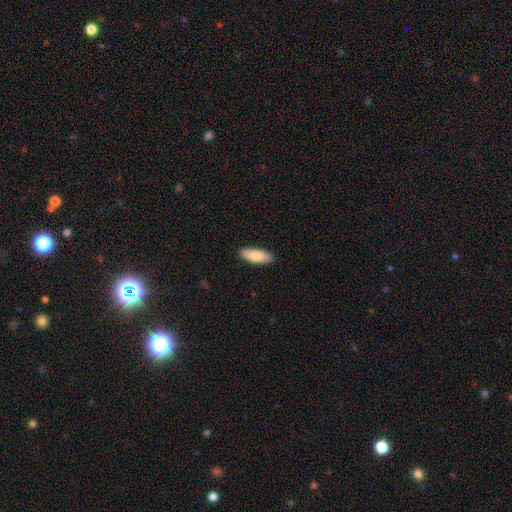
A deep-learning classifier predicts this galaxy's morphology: A smooth galaxy with no disk features (84%) that is in between round and cigar-shaped (65%).

Vote fractions:
- Smooth or featured? smooth: 84% / featured or disk: 10% / star or artifact: 5%
- How rounded? in between: 65% / cigar-shaped: 33% / round: 2%
- Merging? none: 88% / minor disturbance: 9% / major disturbance: 2% / merger: 1%